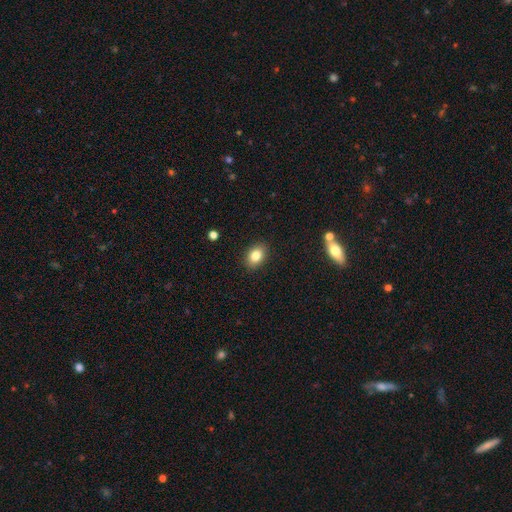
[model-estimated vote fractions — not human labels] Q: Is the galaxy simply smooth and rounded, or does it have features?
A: smooth — 83%.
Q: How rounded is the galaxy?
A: in between — 73%.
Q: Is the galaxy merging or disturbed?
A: none — 89%.